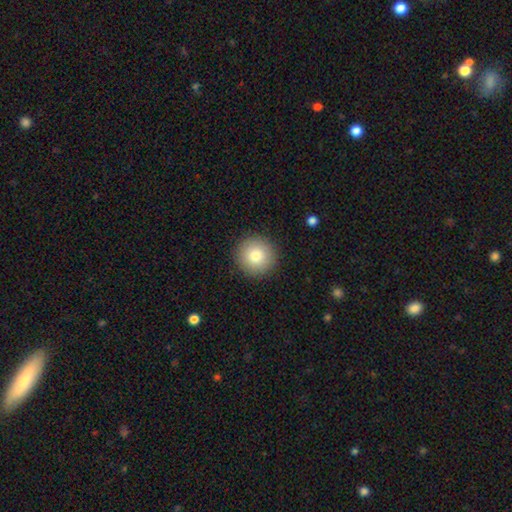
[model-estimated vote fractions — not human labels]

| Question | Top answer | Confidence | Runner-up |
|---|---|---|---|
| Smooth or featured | smooth | 80% | featured or disk (10%) |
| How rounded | round | 96% | in between (3%) |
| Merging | none | 92% | minor disturbance (5%) |